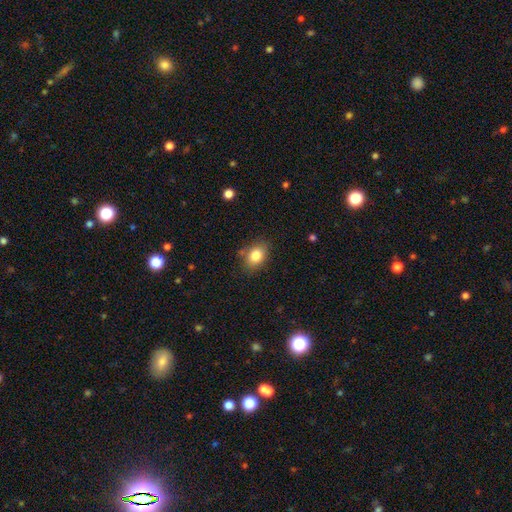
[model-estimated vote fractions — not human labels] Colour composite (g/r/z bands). It shows a smooth galaxy with no disk features (83%) that is in between round and cigar-shaped (76%). Merging: none (79%).